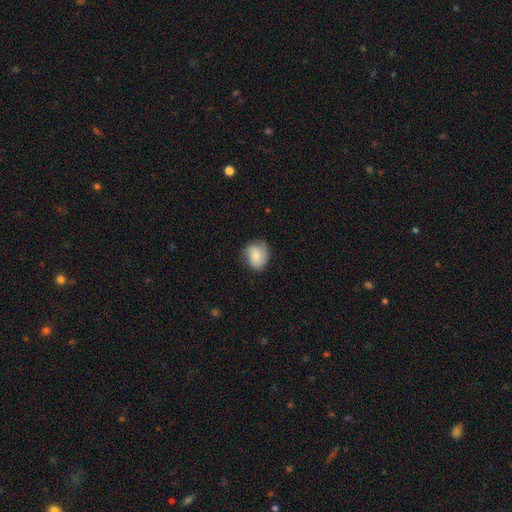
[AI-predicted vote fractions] Smooth or featured? Predicted: smooth (p=0.64). How rounded? Predicted: round (p=0.66). Merging? Predicted: none (p=0.71).